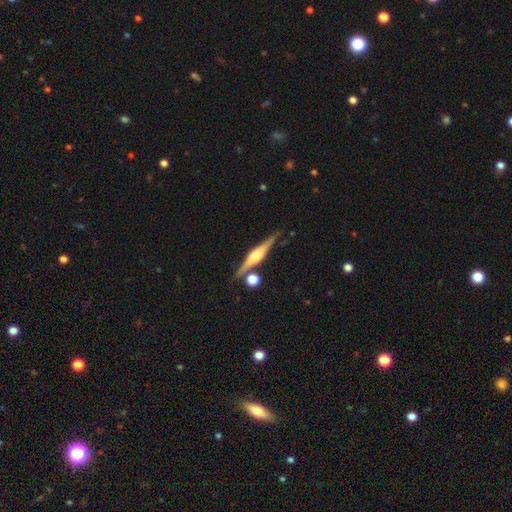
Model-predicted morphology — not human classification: Q: Smooth or featured?
A: featured or disk (79%); runner-up: smooth (14%)
Q: Edge-on disk?
A: yes (98%); runner-up: no (2%)
Q: Edge-on bulge?
A: rounded (87%); runner-up: boxy (10%)
Q: Merging?
A: none (82%); runner-up: minor disturbance (9%)